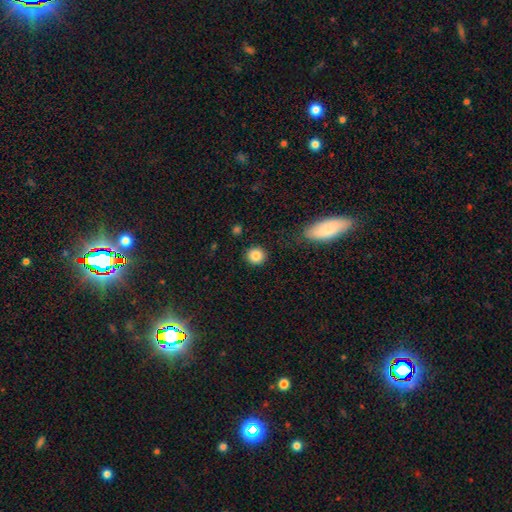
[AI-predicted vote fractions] Overall: smooth (85%). How rounded: round (90%). Merging: none (89%).